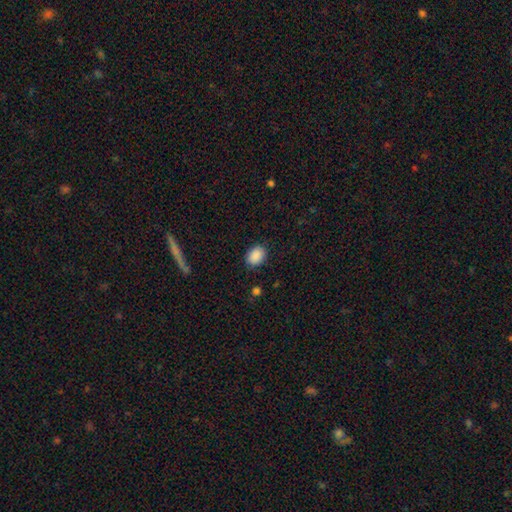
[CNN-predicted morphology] smooth-or-featured: smooth: 89% | star or artifact: 8% | featured or disk: 3%
  how-rounded: in between: 69% | round: 30% | cigar-shaped: 1%
  merging: none: 85% | minor disturbance: 11% | major disturbance: 3% | merger: 1%